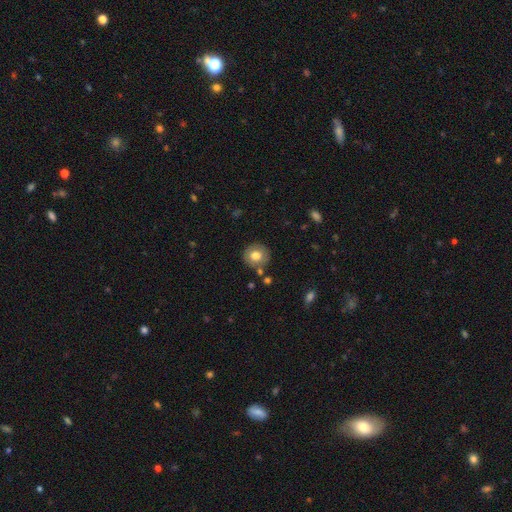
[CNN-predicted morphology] Q: Smooth or featured?
A: smooth (74%); runner-up: featured or disk (17%)
Q: How rounded?
A: round (90%); runner-up: in between (9%)
Q: Merging?
A: none (83%); runner-up: minor disturbance (9%)